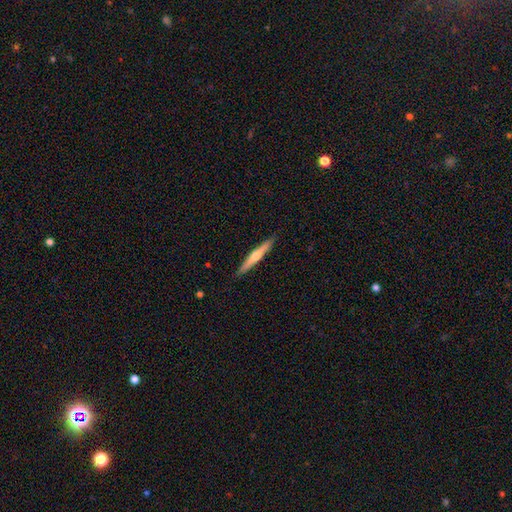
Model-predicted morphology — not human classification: Smooth or featured? Predicted: featured or disk (p=0.56). Edge-on disk? Predicted: yes (p=0.96). Edge-on bulge? Predicted: rounded (p=0.84). Merging? Predicted: none (p=0.90).